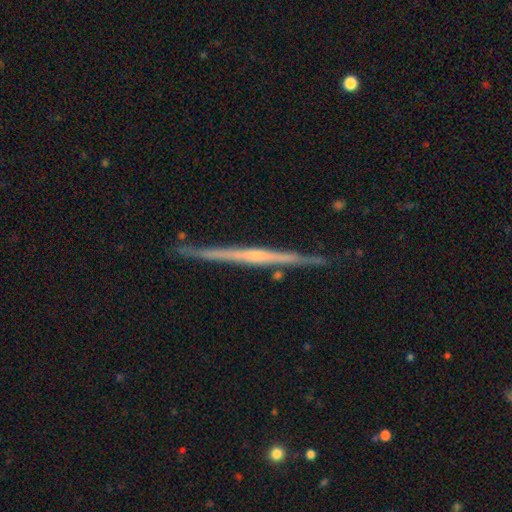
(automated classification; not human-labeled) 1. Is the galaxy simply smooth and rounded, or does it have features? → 79% featured or disk, 15% smooth, 6% star or artifact.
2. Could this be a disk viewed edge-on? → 98% yes, 2% no.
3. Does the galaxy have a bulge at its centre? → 53% none, 39% rounded, 9% boxy.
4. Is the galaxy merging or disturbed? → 87% none, 10% minor disturbance, 2% major disturbance, 2% merger.